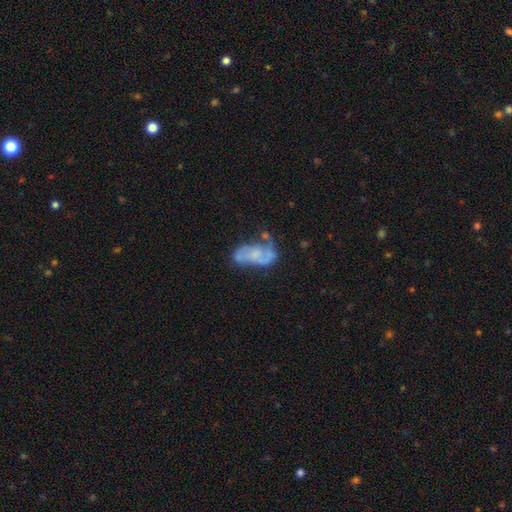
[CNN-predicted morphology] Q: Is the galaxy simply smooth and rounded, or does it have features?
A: featured or disk — 68%.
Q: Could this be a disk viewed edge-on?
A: no — 95%.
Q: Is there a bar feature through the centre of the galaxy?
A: no — 66%.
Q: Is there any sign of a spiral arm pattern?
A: yes — 75%.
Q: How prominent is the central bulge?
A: none — 37%.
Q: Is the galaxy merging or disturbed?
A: none — 39%.